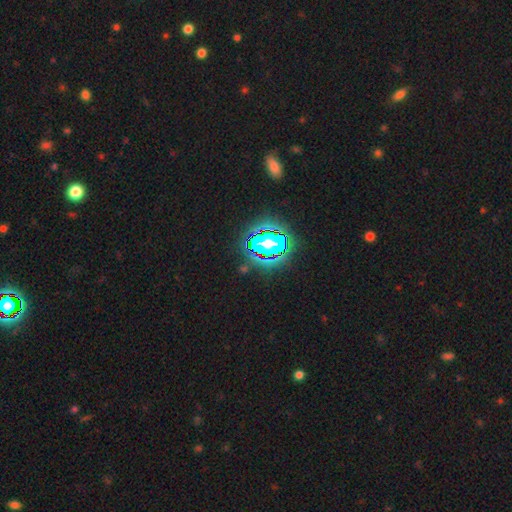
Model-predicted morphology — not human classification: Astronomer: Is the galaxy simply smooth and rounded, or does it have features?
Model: star or artifact — 82%.